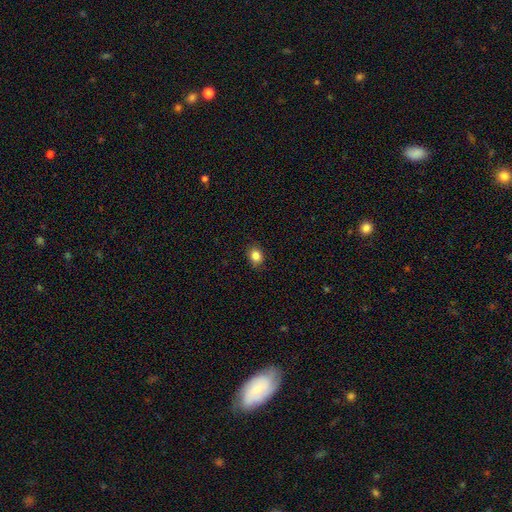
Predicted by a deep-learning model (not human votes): smooth_or_featured: smooth (p=0.84) [alt: star or artifact p=0.11]
how_rounded: round (p=0.58) [alt: in between p=0.41]
merging: none (p=0.87) [alt: minor disturbance p=0.10]